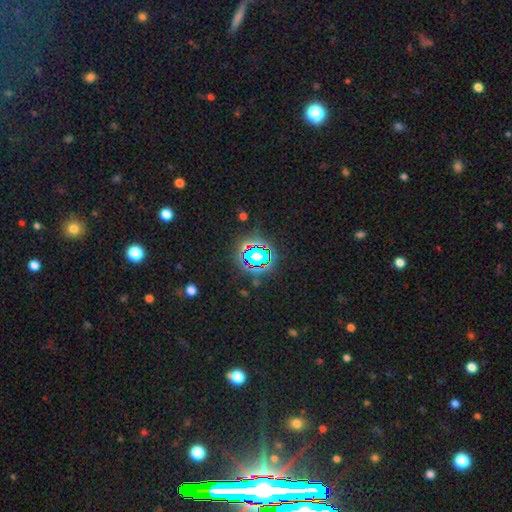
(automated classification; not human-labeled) A star or artifact, not a galaxy (68%).